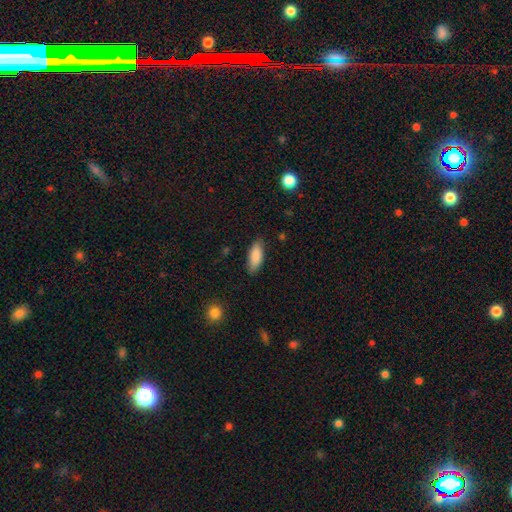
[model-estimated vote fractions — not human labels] A smooth galaxy with no disk features (87%) that is in between round and cigar-shaped (74%). Merging: none (84%).